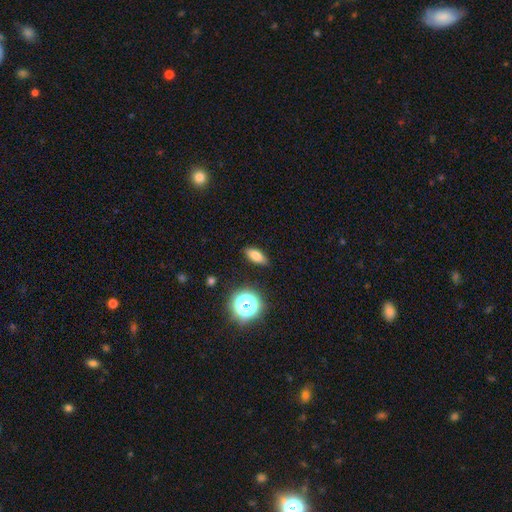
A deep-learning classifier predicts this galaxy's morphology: Smooth or featured: smooth — 74% (star or artifact — 13%)
How rounded: in between — 71% (cigar-shaped — 20%)
Merging: none — 86% (minor disturbance — 10%)